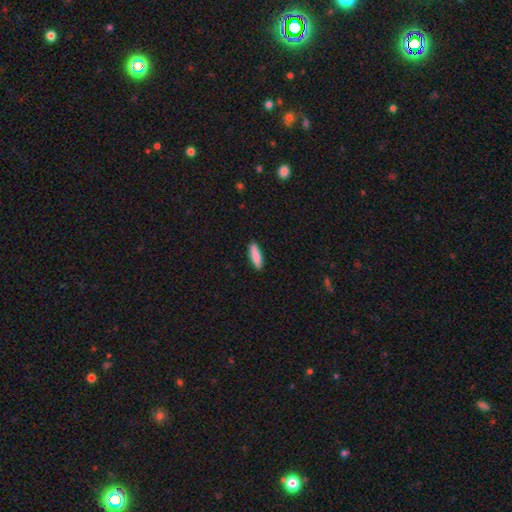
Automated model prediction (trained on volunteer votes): Q: Smooth or featured?
A: smooth (88%); runner-up: featured or disk (7%)
Q: How rounded?
A: cigar-shaped (68%); runner-up: in between (31%)
Q: Merging?
A: none (90%); runner-up: minor disturbance (7%)